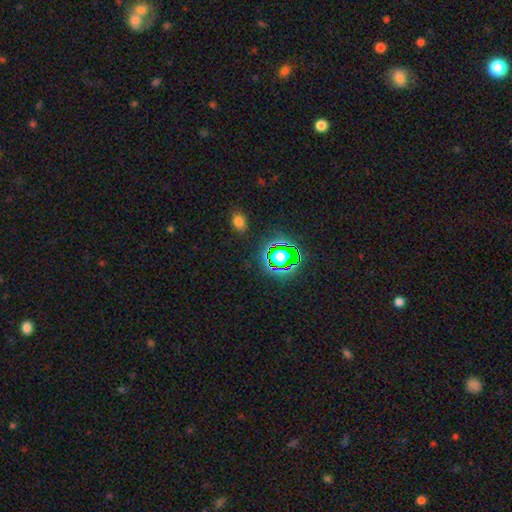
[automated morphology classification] smooth_or_featured: star or artifact (p=0.76) [alt: smooth p=0.16]